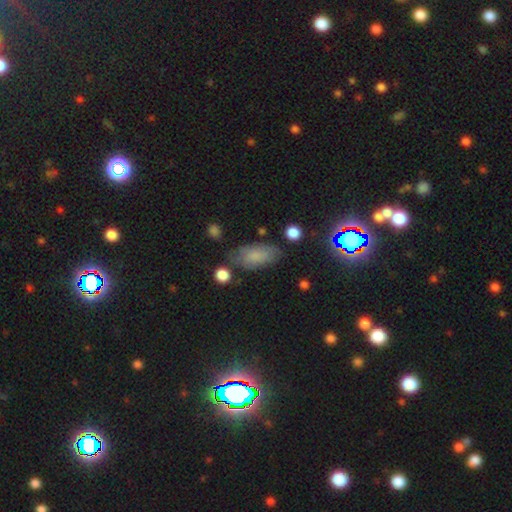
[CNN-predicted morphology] The model was most divided on "merging": none: 65%, minor disturbance: 23%, major disturbance: 7%, merger: 5%. More confident: how rounded — in between (90%); smooth or featured — smooth (75%).